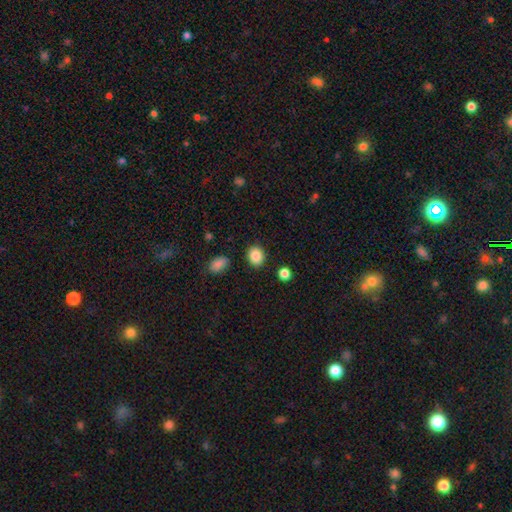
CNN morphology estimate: smooth-or-featured: smooth: 87% | star or artifact: 9% | featured or disk: 4%
  how-rounded: round: 61% | in between: 38% | cigar-shaped: 1%
  merging: none: 87% | minor disturbance: 8% | merger: 3% | major disturbance: 2%